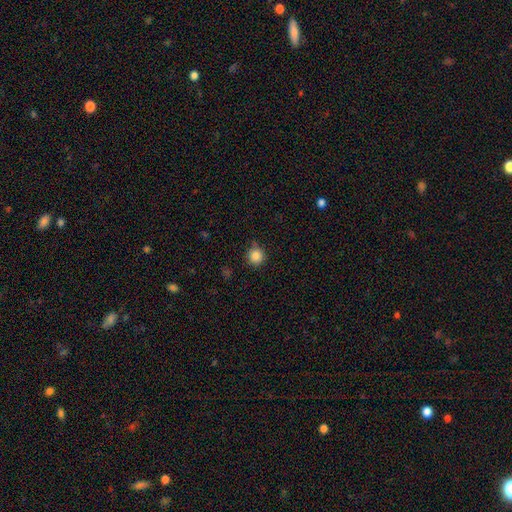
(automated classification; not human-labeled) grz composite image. It shows a smooth galaxy with no disk features (85%) that is round (94%). Merging: none (77%).